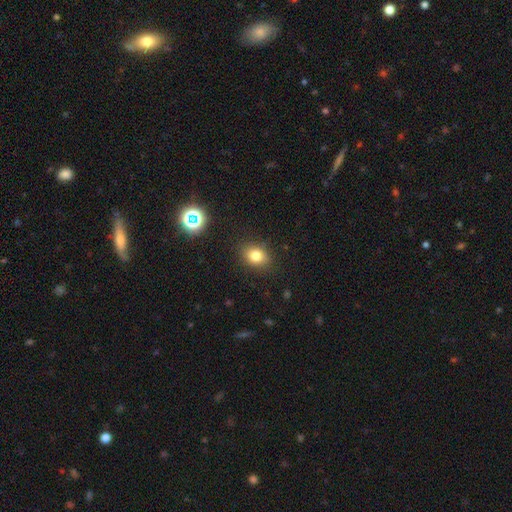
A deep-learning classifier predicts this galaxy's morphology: type=smooth (79%); roundness=in between (56%); merging=none (86%).